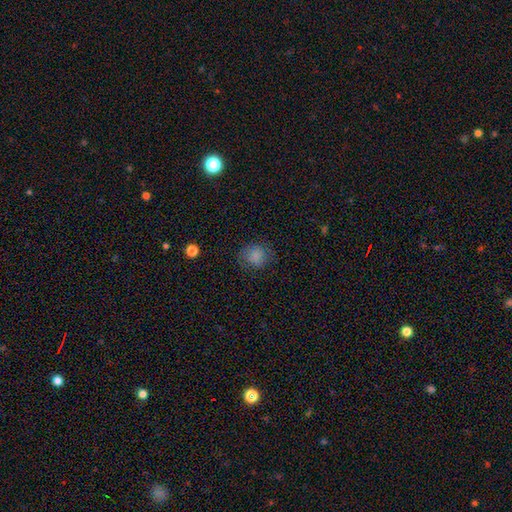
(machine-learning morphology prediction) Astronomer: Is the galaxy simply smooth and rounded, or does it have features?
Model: smooth — 83%.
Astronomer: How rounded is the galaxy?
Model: round — 75%.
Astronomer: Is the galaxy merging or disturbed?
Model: none — 77%.